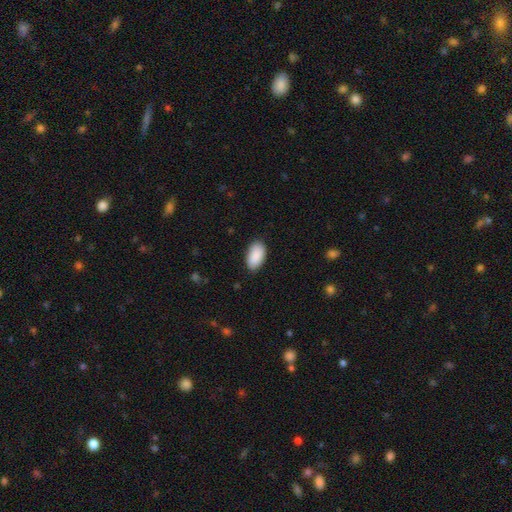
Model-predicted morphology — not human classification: smooth-or-featured: smooth: 91% | star or artifact: 6% | featured or disk: 3%
  how-rounded: in between: 96% | round: 3% | cigar-shaped: 2%
  merging: none: 85% | minor disturbance: 12% | major disturbance: 2% | merger: 1%